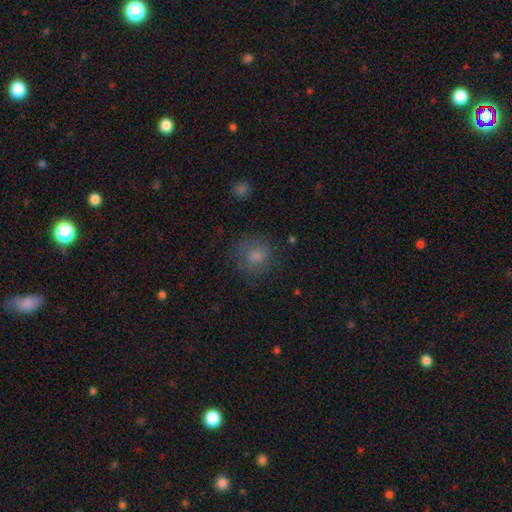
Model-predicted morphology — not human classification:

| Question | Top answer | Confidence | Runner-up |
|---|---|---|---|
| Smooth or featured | smooth | 72% | featured or disk (16%) |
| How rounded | round | 81% | in between (18%) |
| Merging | none | 69% | minor disturbance (19%) |